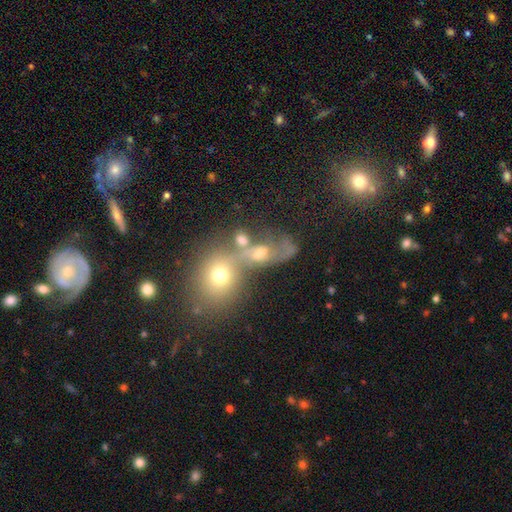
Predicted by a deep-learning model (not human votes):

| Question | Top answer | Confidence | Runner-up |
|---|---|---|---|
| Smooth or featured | smooth | 42% | featured or disk (34%) |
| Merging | merger | 50% | none (31%) |